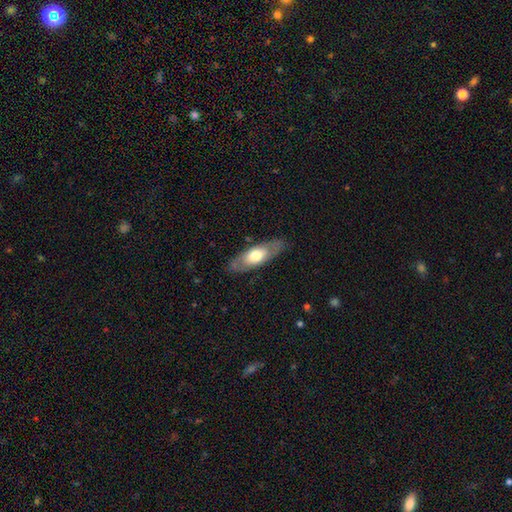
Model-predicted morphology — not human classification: A smooth galaxy with no disk features (51%) that is in between round and cigar-shaped (68%). Merging: none (83%).